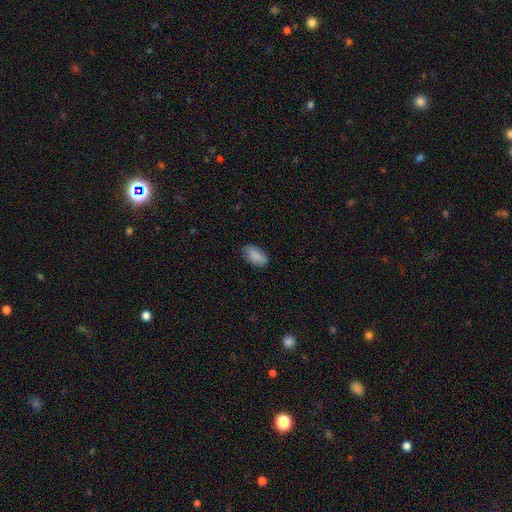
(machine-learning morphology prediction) Smooth or featured? Predicted: smooth (p=0.88). How rounded? Predicted: in between (p=0.93). Merging? Predicted: none (p=0.77).